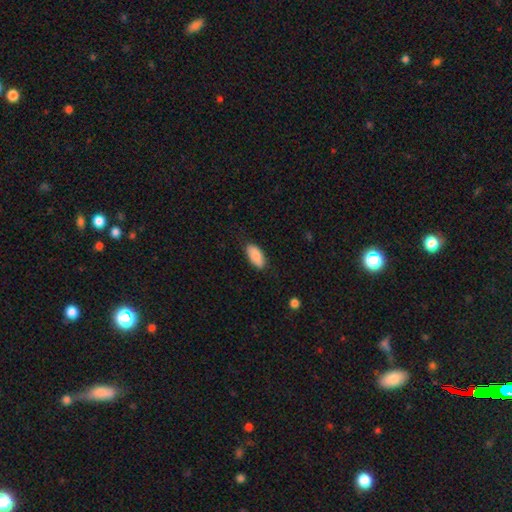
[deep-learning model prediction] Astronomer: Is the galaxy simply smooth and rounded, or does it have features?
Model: smooth — 87%.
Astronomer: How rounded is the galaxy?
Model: in between — 92%.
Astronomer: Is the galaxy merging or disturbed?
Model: none — 83%.